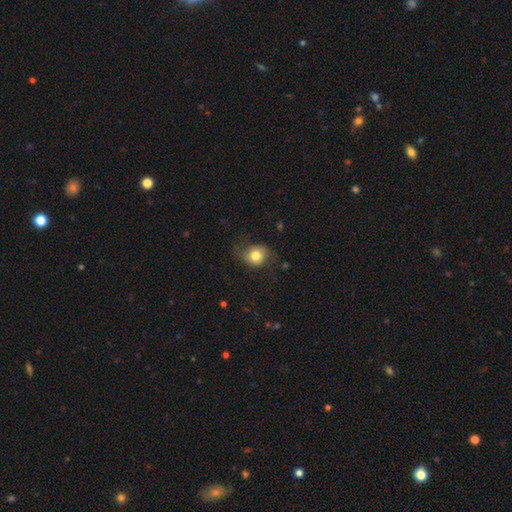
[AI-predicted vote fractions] Q: Smooth or featured?
A: smooth (75%); runner-up: featured or disk (16%)
Q: How rounded?
A: round (72%); runner-up: in between (27%)
Q: Merging?
A: none (60%); runner-up: minor disturbance (25%)